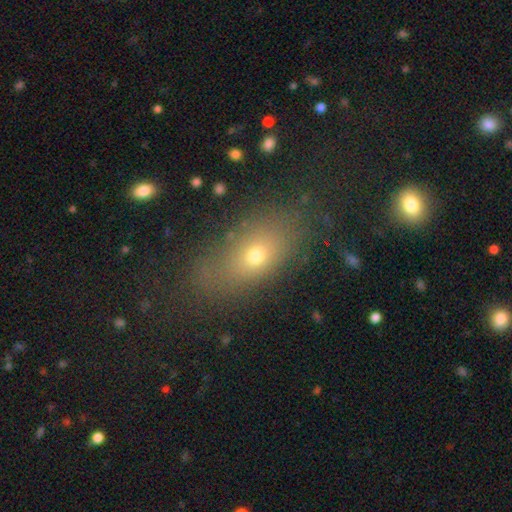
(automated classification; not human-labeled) A smooth galaxy with no disk features (66%) that is in between round and cigar-shaped (76%).

Vote fractions:
- Smooth or featured? smooth: 66% / featured or disk: 18% / star or artifact: 16%
- How rounded? in between: 76% / round: 17% / cigar-shaped: 7%
- Merging? none: 74% / minor disturbance: 15% / major disturbance: 8% / merger: 3%